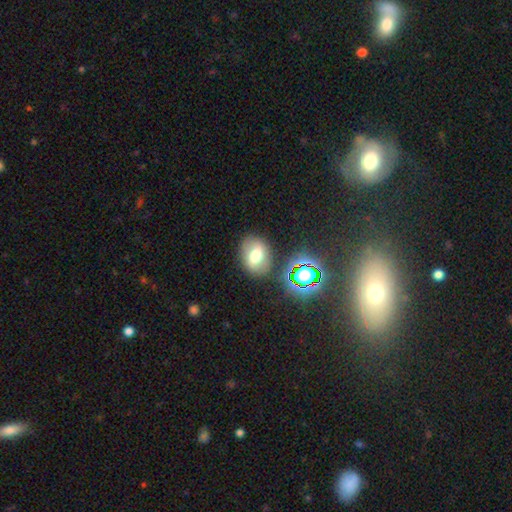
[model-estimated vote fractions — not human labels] Smooth or featured?
  - smooth: 60% *
  - featured or disk: 25%
  - star or artifact: 14%
How rounded?
  - in between: 60% *
  - round: 39%
  - cigar-shaped: 1%
Merging?
  - none: 81% *
  - minor disturbance: 11%
  - merger: 4%
  - major disturbance: 4%